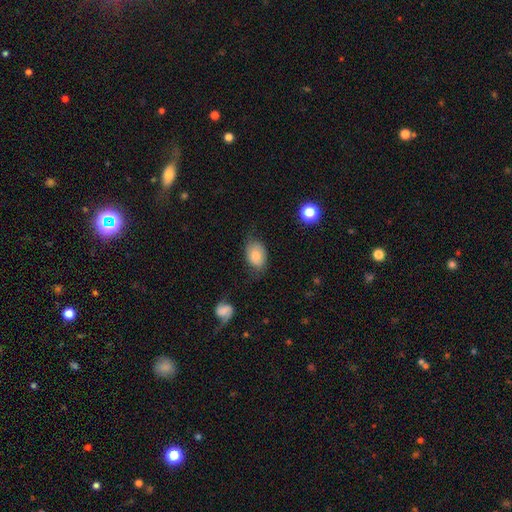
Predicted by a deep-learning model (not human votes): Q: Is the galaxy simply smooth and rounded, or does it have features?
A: smooth — 79%.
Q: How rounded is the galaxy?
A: in between — 83%.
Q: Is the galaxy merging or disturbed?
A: none — 60%.